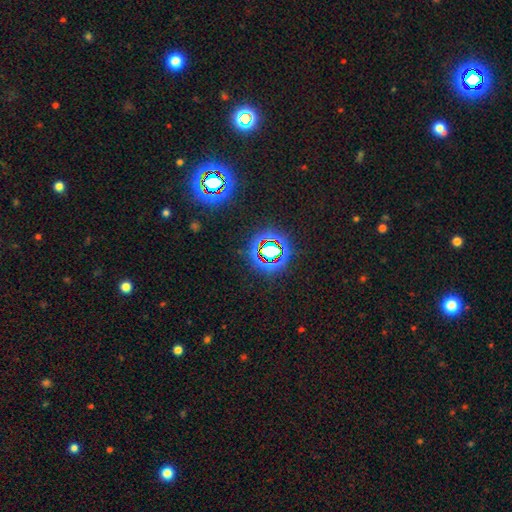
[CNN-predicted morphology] A star or artifact, not a galaxy (76%).